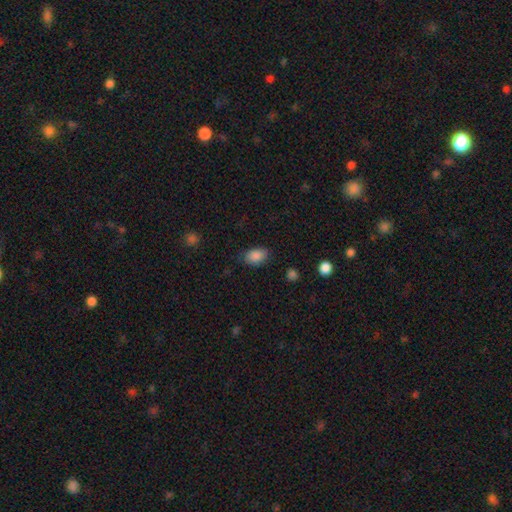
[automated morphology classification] The model was most divided on "merging": none: 78%, minor disturbance: 17%, major disturbance: 4%, merger: 1%. More confident: how rounded — in between (86%); smooth or featured — smooth (86%).